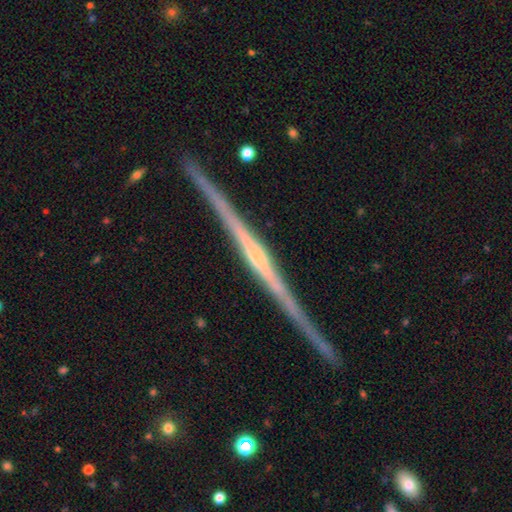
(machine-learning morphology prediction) This is clearly a featured or disk galaxy (86%). It is clearly viewed edge-on (98%). Edge-on bulge: marginally rounded (41%, tied with none). Merging: clearly none (90%).